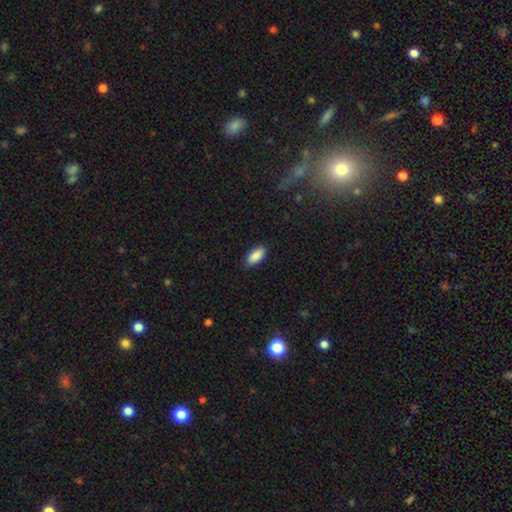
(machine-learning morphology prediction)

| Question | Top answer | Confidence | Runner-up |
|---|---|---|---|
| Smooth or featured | smooth | 89% | star or artifact (6%) |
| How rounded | in between | 89% | cigar-shaped (9%) |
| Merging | none | 88% | minor disturbance (9%) |